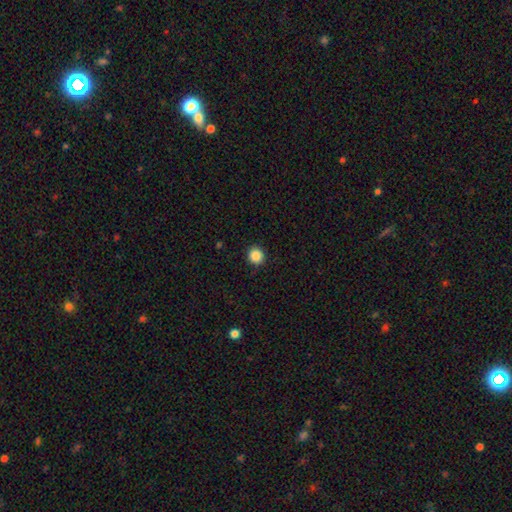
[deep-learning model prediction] A smooth galaxy with no disk features (87%) that is round (92%).

Vote fractions:
- Smooth or featured? smooth: 87% / star or artifact: 10% / featured or disk: 3%
- How rounded? round: 92% / in between: 7% / cigar-shaped: 1%
- Merging? none: 91% / minor disturbance: 6% / major disturbance: 2% / merger: 1%